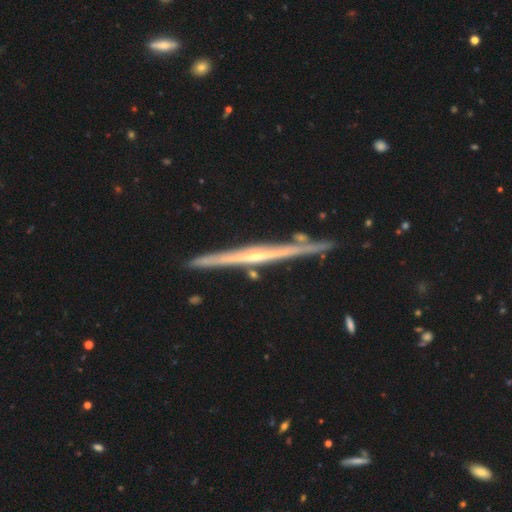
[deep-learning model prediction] The model was most divided on "edge-on bulge": none: 48%, rounded: 46%, boxy: 6%. More confident: edge-on disk — yes (98%); merging — none (86%); smooth or featured — featured or disk (82%).